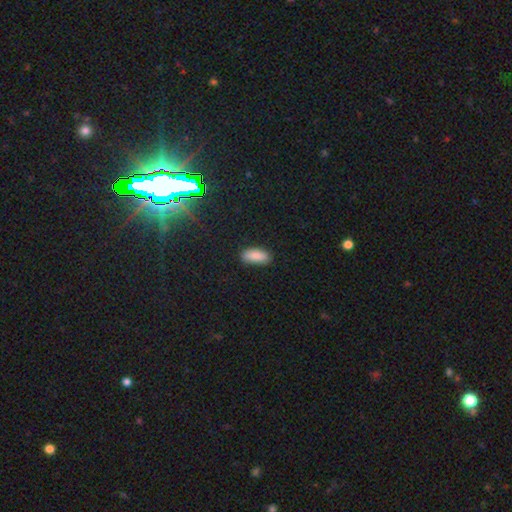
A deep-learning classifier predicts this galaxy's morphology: smooth 88%, star or artifact 8%, featured or disk 4%. Down the decision tree: how rounded — in between (84%); merging — none (84%).